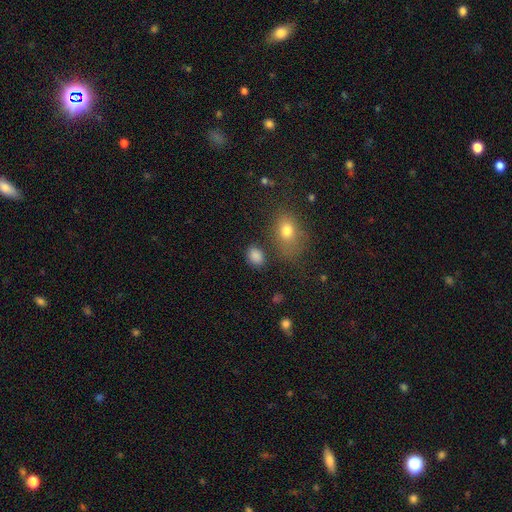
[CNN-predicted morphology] This is clearly a smooth galaxy (84%). How rounded: likely in between (71%). Merging: likely none (77%).